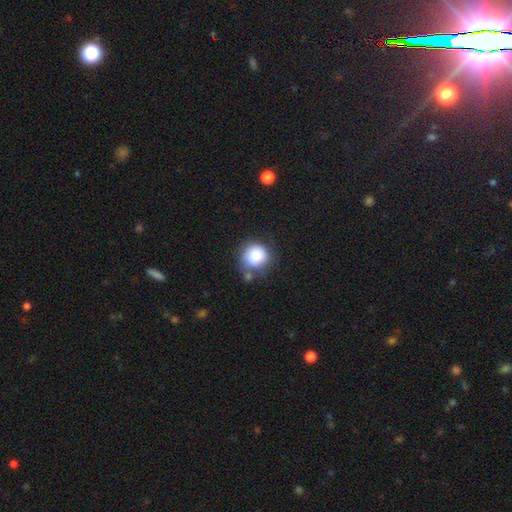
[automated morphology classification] Smooth or featured? smooth (84%)
How rounded? round (89%)
Merging? none (57%)